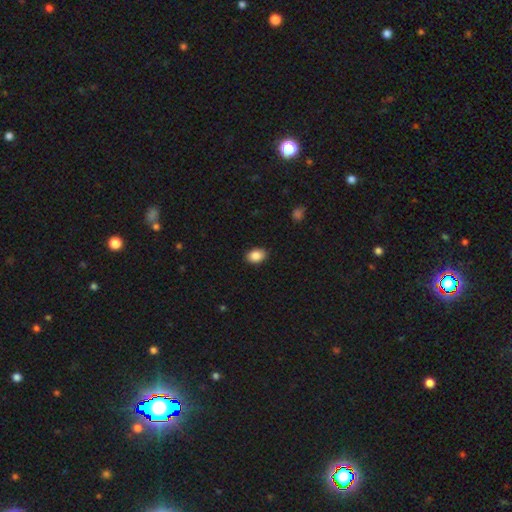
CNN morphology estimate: Smooth or featured: smooth — 88% (star or artifact — 8%)
How rounded: in between — 78% (round — 21%)
Merging: none — 89% (minor disturbance — 8%)